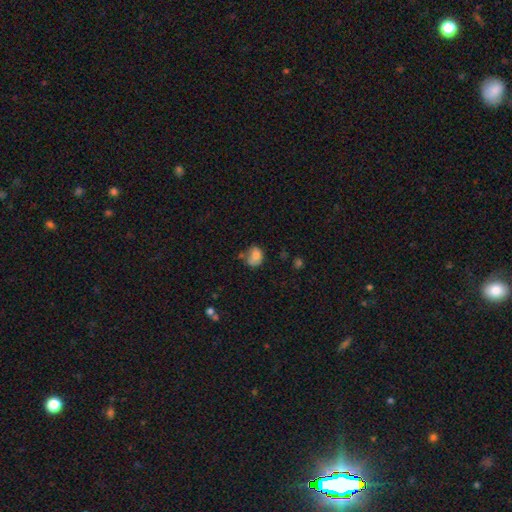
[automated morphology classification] smooth_or_featured: smooth (p=0.76) [alt: featured or disk p=0.14]
how_rounded: round (p=0.50) [alt: in between p=0.49]
merging: none (p=0.45) [alt: minor disturbance p=0.29]